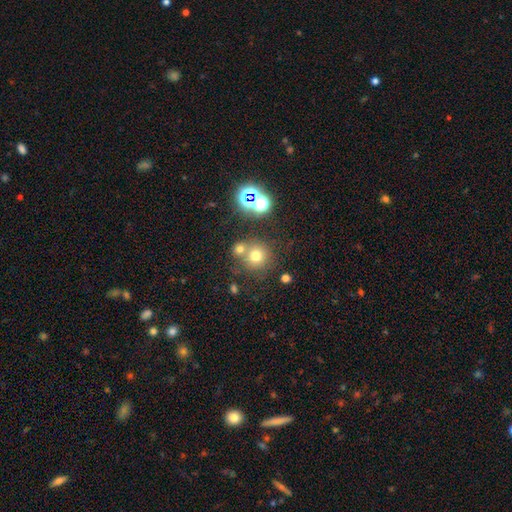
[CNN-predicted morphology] This appears to be a smooth galaxy with no disk features (69%) that is round (92%). Merging: none (62%).